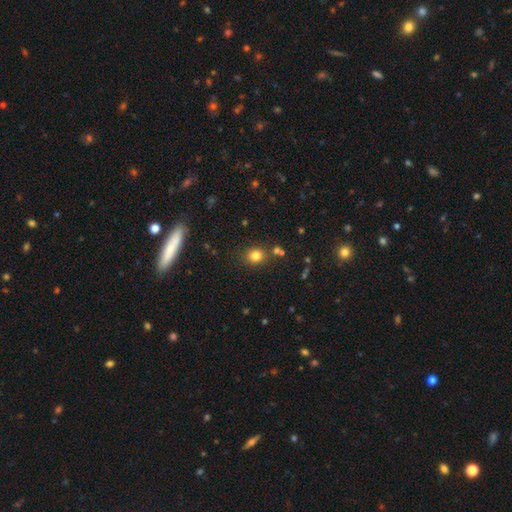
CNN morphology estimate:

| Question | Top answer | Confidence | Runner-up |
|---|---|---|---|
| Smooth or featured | smooth | 80% | star or artifact (14%) |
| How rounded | round | 77% | in between (22%) |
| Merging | none | 80% | minor disturbance (10%) |